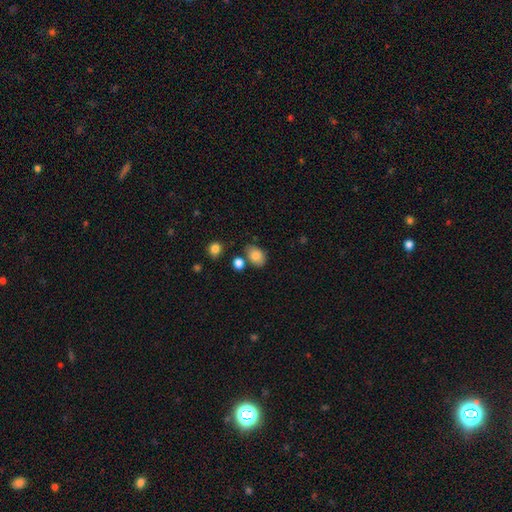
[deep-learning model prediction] The model was most divided on "merging": none: 67%, minor disturbance: 18%, merger: 11%, major disturbance: 5%. More confident: smooth or featured — smooth (83%); how rounded — in between (76%).